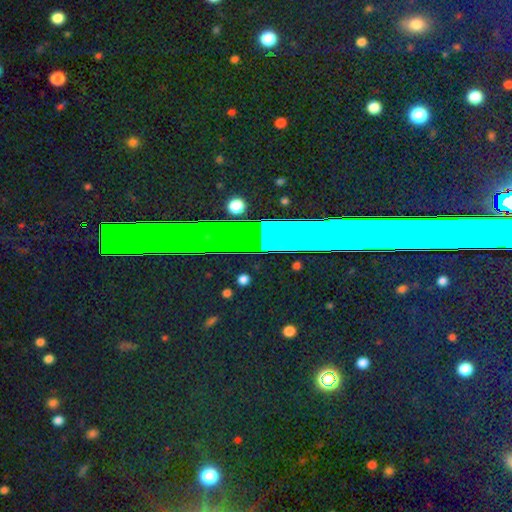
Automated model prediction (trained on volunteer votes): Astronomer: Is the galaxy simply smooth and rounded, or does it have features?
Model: star or artifact — 81%.